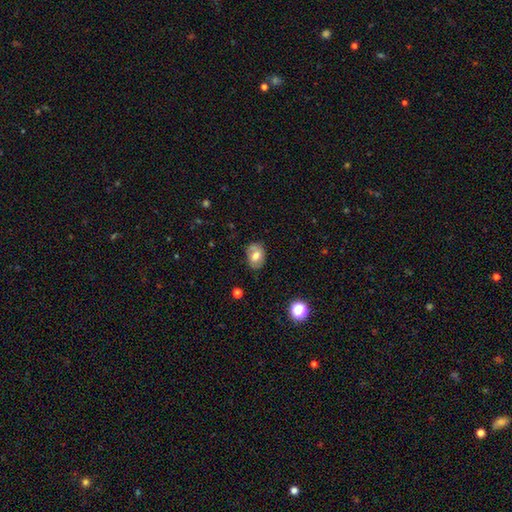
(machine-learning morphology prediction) smooth 63%, featured or disk 28%, star or artifact 9%. Down the decision tree: how rounded — in between (74%); merging — none (75%).